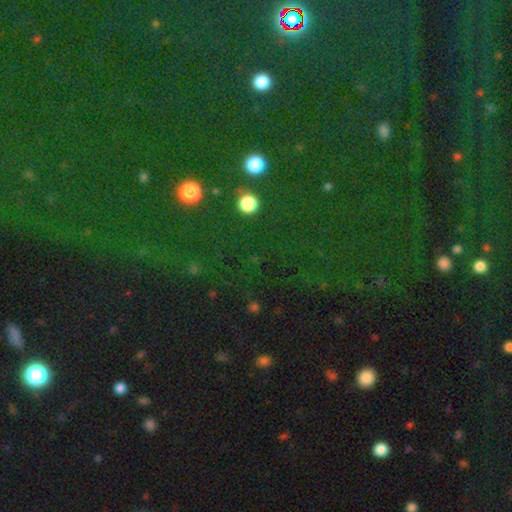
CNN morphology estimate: star or artifact 79%, smooth 12%, featured or disk 8%.